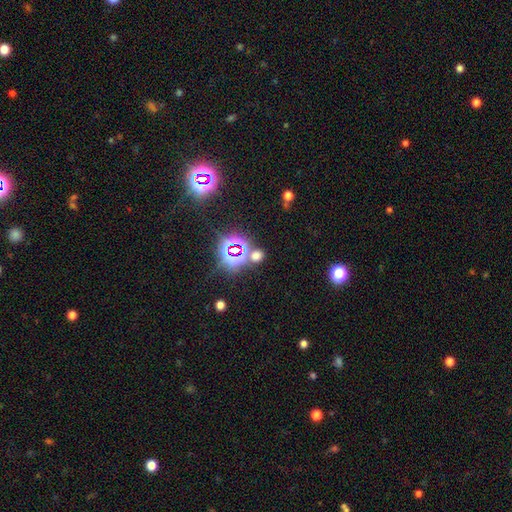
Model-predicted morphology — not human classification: type=star or artifact (50%).